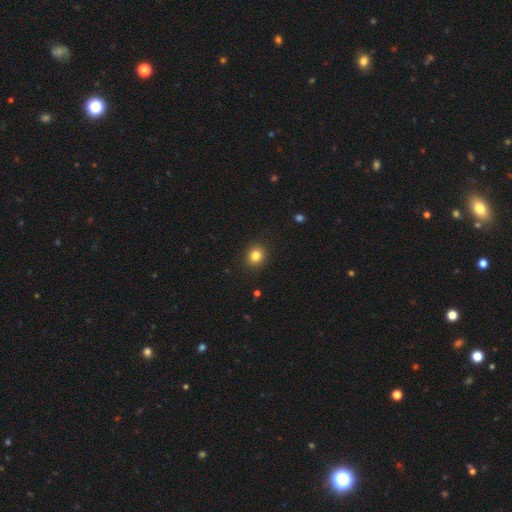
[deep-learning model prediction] The model was most divided on "how rounded": round: 82%, in between: 17%, cigar-shaped: 1%. More confident: merging — none (91%); smooth or featured — smooth (83%).